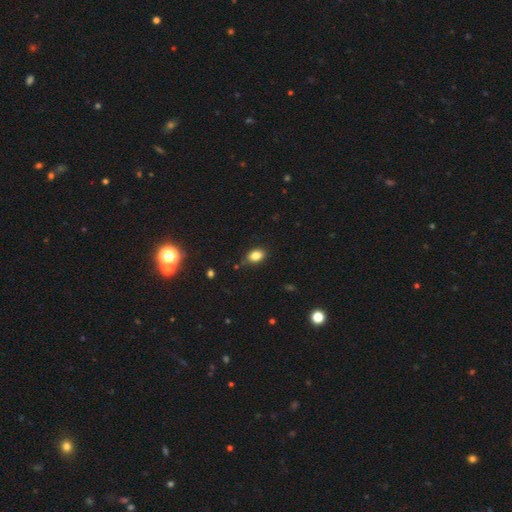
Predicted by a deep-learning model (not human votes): Q: Smooth or featured?
A: smooth (84%); runner-up: star or artifact (10%)
Q: How rounded?
A: in between (81%); runner-up: round (17%)
Q: Merging?
A: none (77%); runner-up: minor disturbance (17%)